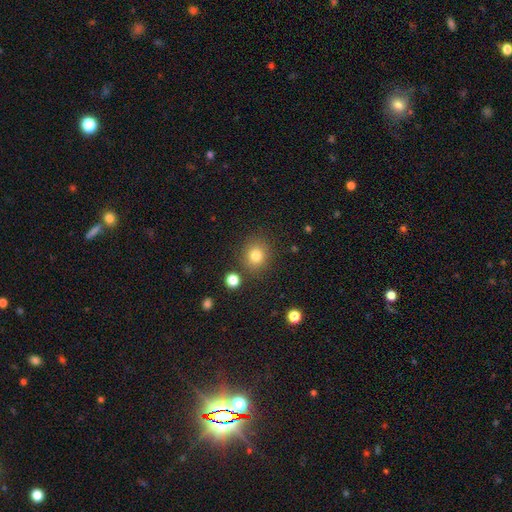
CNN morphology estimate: smooth 80%, star or artifact 13%, featured or disk 8%. Down the decision tree: how rounded — round (83%); merging — none (83%).